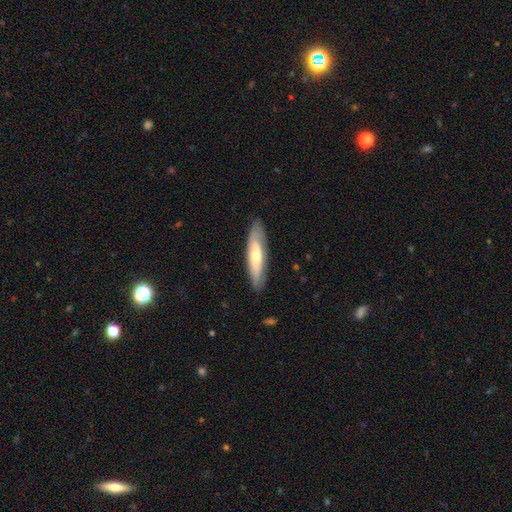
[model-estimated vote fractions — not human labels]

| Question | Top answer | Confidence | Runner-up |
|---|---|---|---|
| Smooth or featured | smooth | 49% | featured or disk (45%) |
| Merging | none | 83% | minor disturbance (13%) |